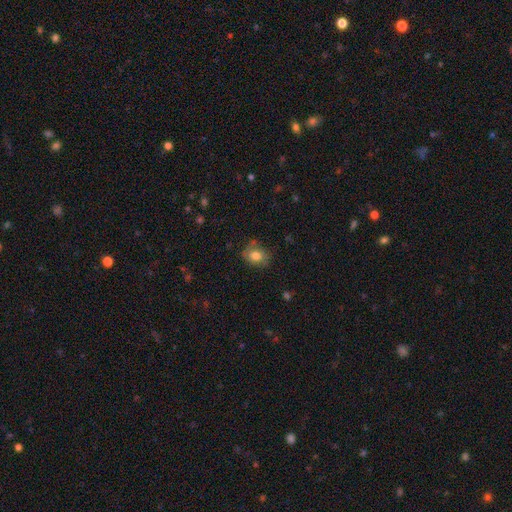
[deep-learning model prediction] This is likely a smooth galaxy (77%). How rounded: possibly in between (50%). Merging: likely none (70%).